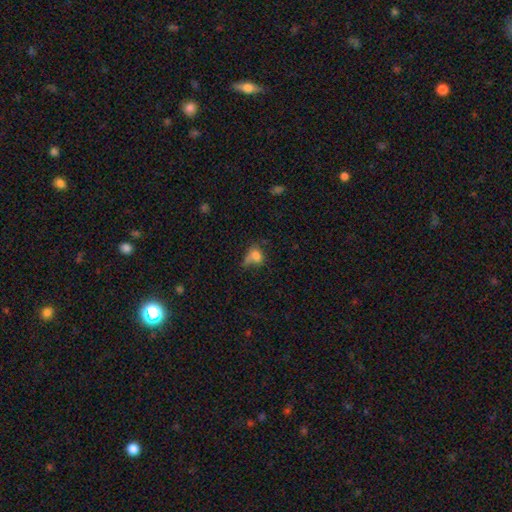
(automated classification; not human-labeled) The model was most divided on "merging": none: 32%, major disturbance: 28%, minor disturbance: 24%, merger: 16%. More confident: smooth or featured — smooth (70%); how rounded — in between (67%).